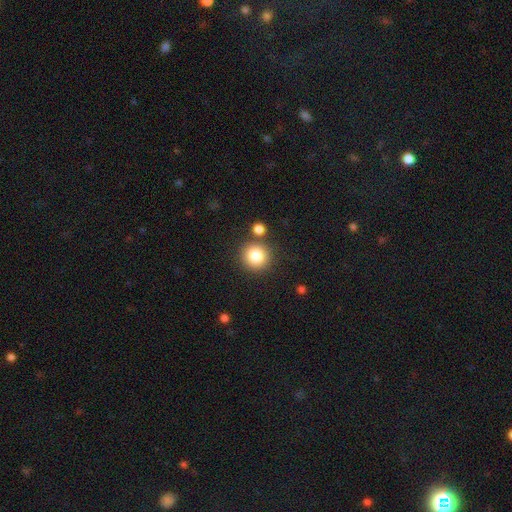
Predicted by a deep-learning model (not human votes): Smooth or featured?
  - smooth: 83% *
  - star or artifact: 11%
  - featured or disk: 7%
How rounded?
  - round: 93% *
  - in between: 6%
  - cigar-shaped: 1%
Merging?
  - none: 81% *
  - merger: 9%
  - minor disturbance: 7%
  - major disturbance: 3%